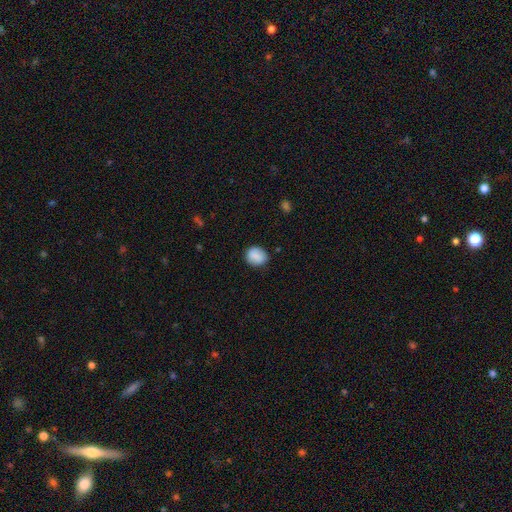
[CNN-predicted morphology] Overall: smooth (86%). How rounded: round (71%). Merging: none (81%).